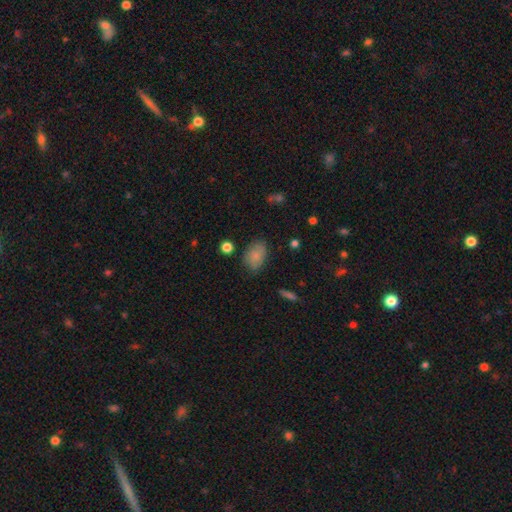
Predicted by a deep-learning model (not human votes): Smooth or featured? smooth (81%)
How rounded? in between (85%)
Merging? none (75%)